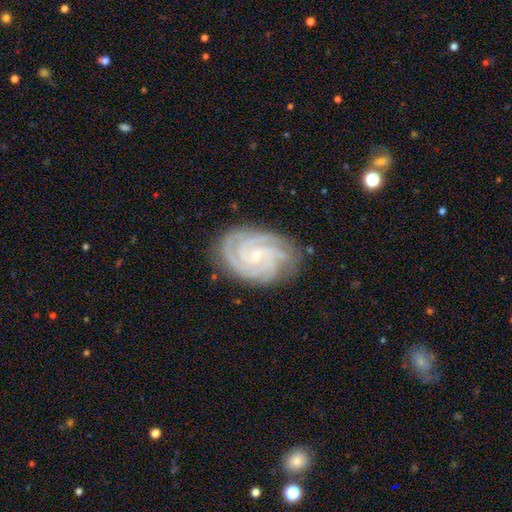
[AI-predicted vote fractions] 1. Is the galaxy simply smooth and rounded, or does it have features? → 91% featured or disk, 5% star or artifact, 4% smooth.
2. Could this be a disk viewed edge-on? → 98% no, 2% yes.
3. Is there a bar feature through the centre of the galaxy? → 67% no, 24% weak, 8% strong.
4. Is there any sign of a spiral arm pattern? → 99% yes, 1% no.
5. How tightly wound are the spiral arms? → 79% tight, 19% medium, 2% loose.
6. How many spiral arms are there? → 38% 4, 30% 3, 9% 2, 9% can't tell, 8% more than 4, 6% 1.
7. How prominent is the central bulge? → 81% small, 15% moderate, 2% none, 1% large, 1% dominant.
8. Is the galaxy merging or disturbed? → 82% none, 14% minor disturbance, 3% major disturbance, 1% merger.